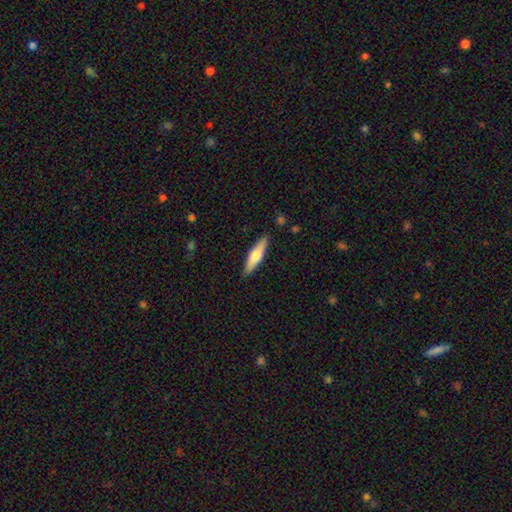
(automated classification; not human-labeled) Q: Smooth or featured?
A: smooth (54%); runner-up: featured or disk (41%)
Q: How rounded?
A: cigar-shaped (73%); runner-up: in between (25%)
Q: Merging?
A: none (89%); runner-up: minor disturbance (8%)